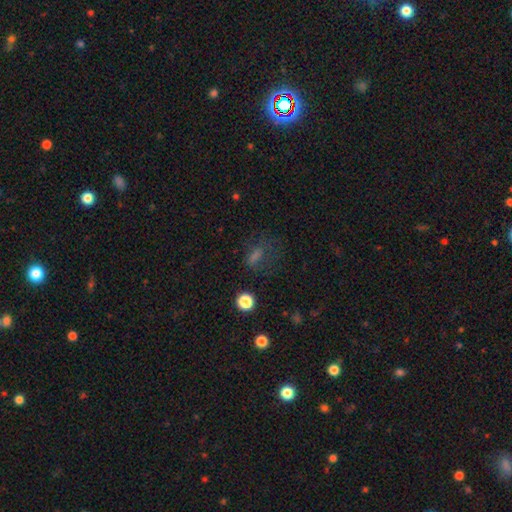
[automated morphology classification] Smooth or featured?
  - smooth: 51% *
  - star or artifact: 32%
  - featured or disk: 17%
How rounded?
  - in between: 65% *
  - round: 24%
  - cigar-shaped: 12%
Merging?
  - none: 53% *
  - major disturbance: 24%
  - minor disturbance: 20%
  - merger: 3%